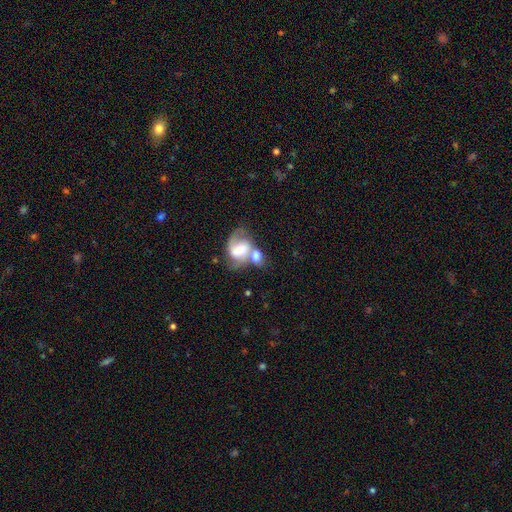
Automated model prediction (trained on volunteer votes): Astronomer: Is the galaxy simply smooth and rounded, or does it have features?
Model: featured or disk — 53% (runner-up: smooth, 40%).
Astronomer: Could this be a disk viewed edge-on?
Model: no — 96%.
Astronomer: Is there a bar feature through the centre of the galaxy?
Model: weak — 42% (runner-up: no, 35%).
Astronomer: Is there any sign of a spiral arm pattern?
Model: yes — 75%.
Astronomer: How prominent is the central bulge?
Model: moderate — 57%.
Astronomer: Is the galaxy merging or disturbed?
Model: merger — 58%.